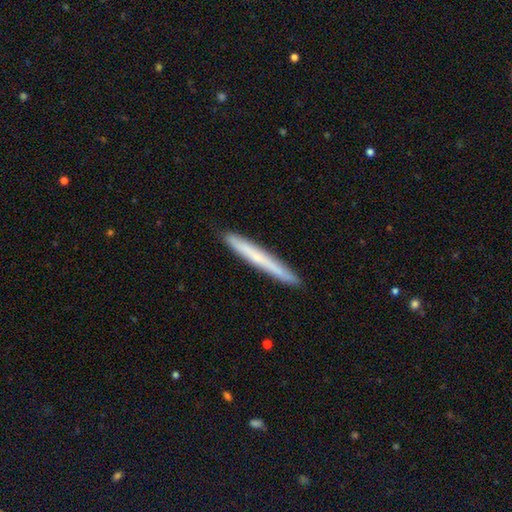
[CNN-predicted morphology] smooth 53%, featured or disk 41%, star or artifact 6%. Down the decision tree: how rounded — cigar-shaped (97%); merging — none (91%).